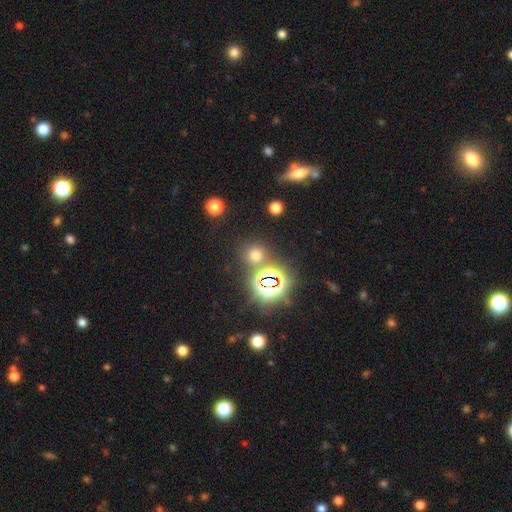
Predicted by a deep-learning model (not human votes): Q: Smooth or featured?
A: smooth (56%); runner-up: star or artifact (37%)
Q: How rounded?
A: round (90%); runner-up: in between (9%)
Q: Merging?
A: none (77%); runner-up: merger (12%)